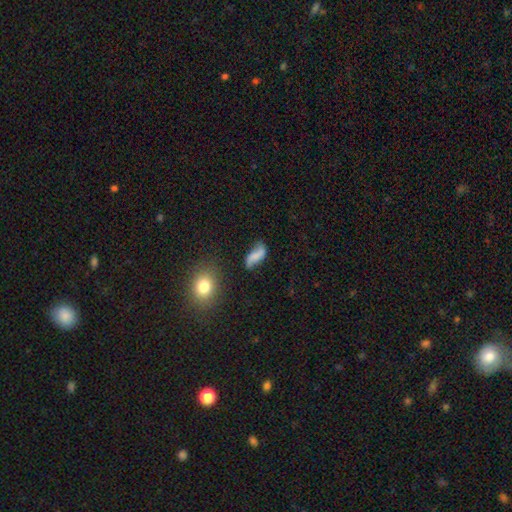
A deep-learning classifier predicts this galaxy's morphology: Smooth or featured: featured or disk — 48% (smooth — 42%)
Merging: none — 59% (minor disturbance — 25%)